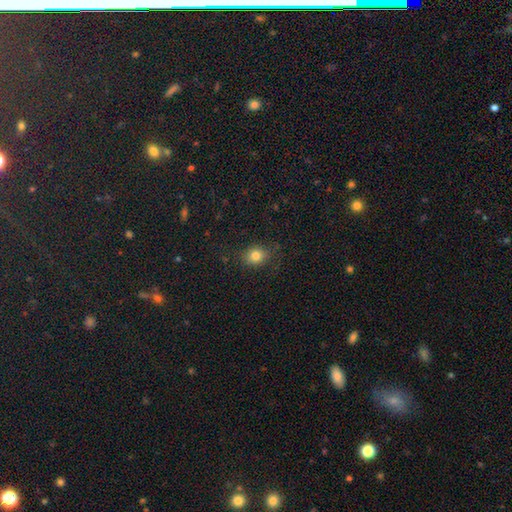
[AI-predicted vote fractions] Overall: smooth (81%). How rounded: round (60%; in between 39%). Merging: none (82%).